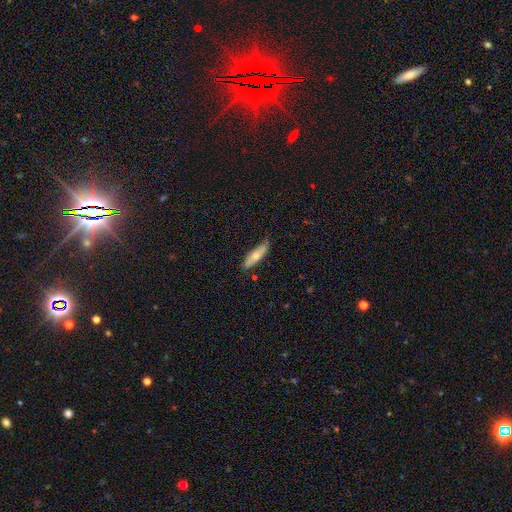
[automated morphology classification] smooth 56%, featured or disk 38%, star or artifact 6%. Down the decision tree: how rounded — cigar-shaped (64%); merging — none (77%).